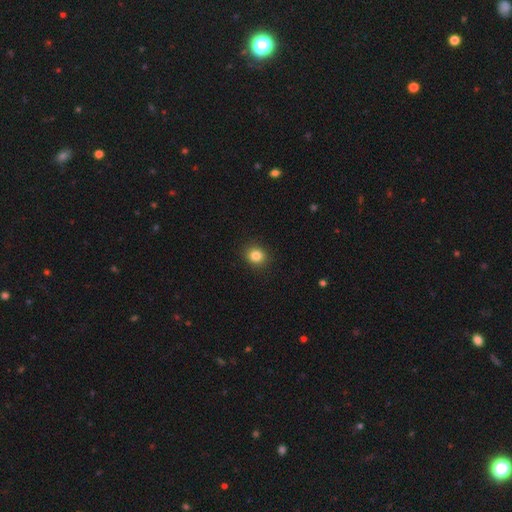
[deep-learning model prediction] smooth 84%, star or artifact 11%, featured or disk 6%. Down the decision tree: how rounded — round (77%); merging — none (91%).